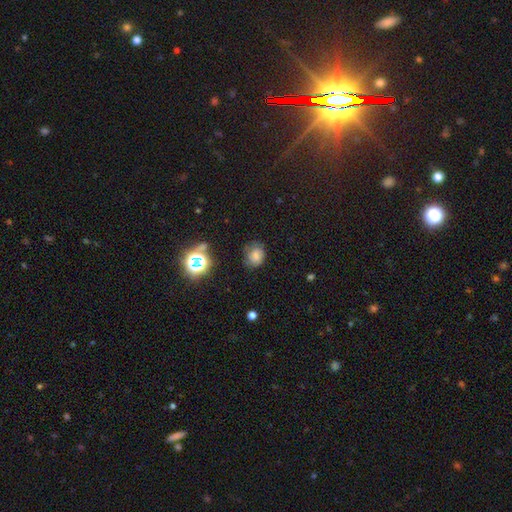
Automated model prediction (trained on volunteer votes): Smooth or featured? smooth (70%)
How rounded? round (55%)
Merging? none (63%)